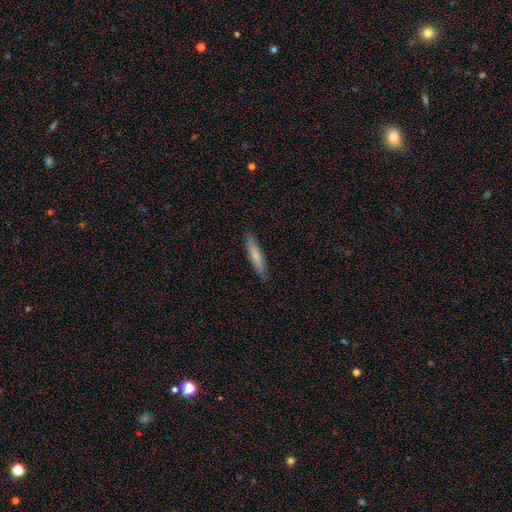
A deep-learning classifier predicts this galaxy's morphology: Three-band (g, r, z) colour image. It shows a smooth galaxy with no disk features (70%) that is cigar-shaped (83%). Merging: none (86%).